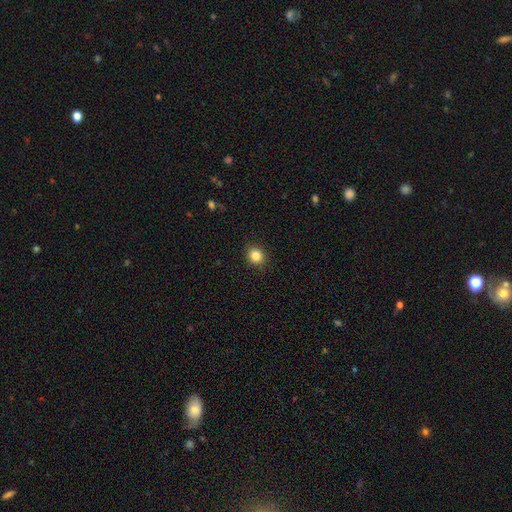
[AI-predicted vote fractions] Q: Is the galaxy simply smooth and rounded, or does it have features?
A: smooth — 84%.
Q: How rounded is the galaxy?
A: round — 75%.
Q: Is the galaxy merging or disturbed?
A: none — 91%.